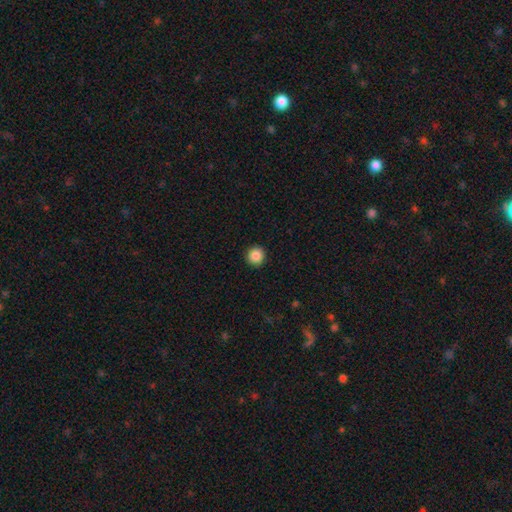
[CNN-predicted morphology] Smooth or featured? smooth (87%)
How rounded? round (95%)
Merging? none (92%)